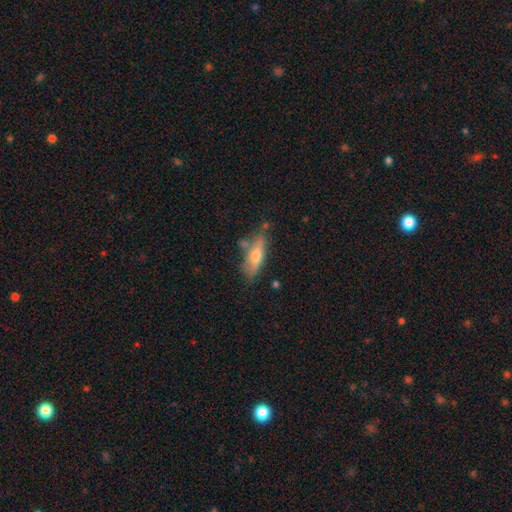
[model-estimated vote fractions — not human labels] smooth 50%, featured or disk 43%, star or artifact 7%. Down the decision tree: how rounded — cigar-shaped (59%); merging — none (64%).